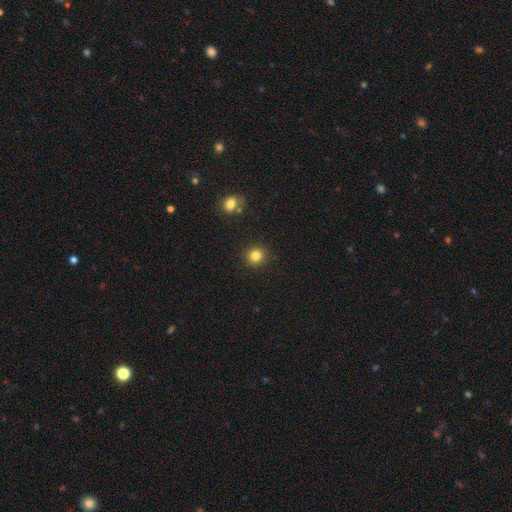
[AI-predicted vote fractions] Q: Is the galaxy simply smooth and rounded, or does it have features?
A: smooth — 83%.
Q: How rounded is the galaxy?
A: round — 92%.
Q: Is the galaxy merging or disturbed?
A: none — 91%.